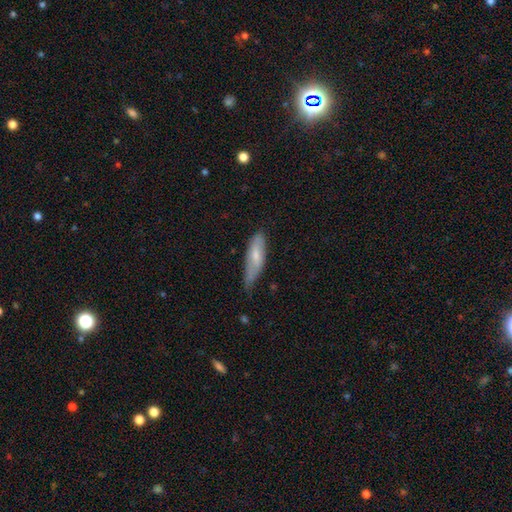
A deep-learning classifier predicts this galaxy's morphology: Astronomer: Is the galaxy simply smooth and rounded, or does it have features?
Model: smooth — 67%.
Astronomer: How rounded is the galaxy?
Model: cigar-shaped — 51% (runner-up: in between, 47%).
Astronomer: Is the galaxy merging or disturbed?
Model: none — 46% (runner-up: minor disturbance, 41%).